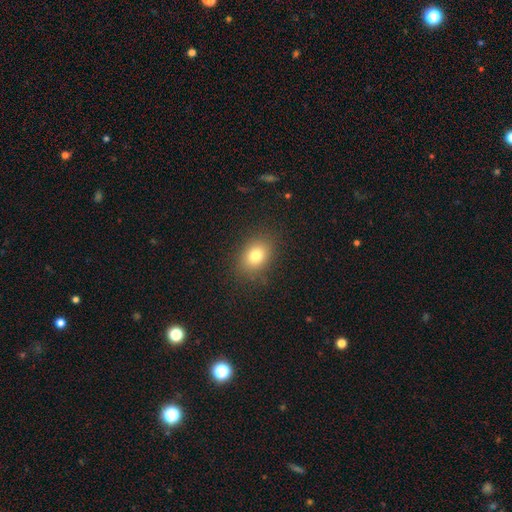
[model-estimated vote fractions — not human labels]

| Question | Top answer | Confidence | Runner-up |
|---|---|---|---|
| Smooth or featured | smooth | 79% | star or artifact (12%) |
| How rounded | in between | 62% | round (37%) |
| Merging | none | 85% | minor disturbance (10%) |